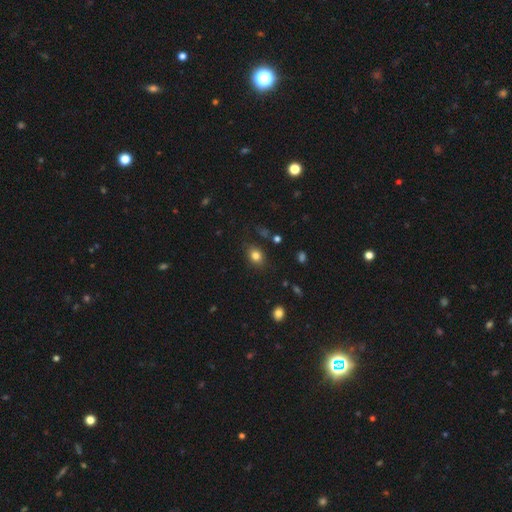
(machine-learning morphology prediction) A smooth galaxy with no disk features (81%) that is in between round and cigar-shaped (54%).

Vote fractions:
- Smooth or featured? smooth: 81% / star or artifact: 12% / featured or disk: 8%
- How rounded? in between: 54% / round: 45% / cigar-shaped: 1%
- Merging? none: 81% / minor disturbance: 13% / major disturbance: 4% / merger: 2%